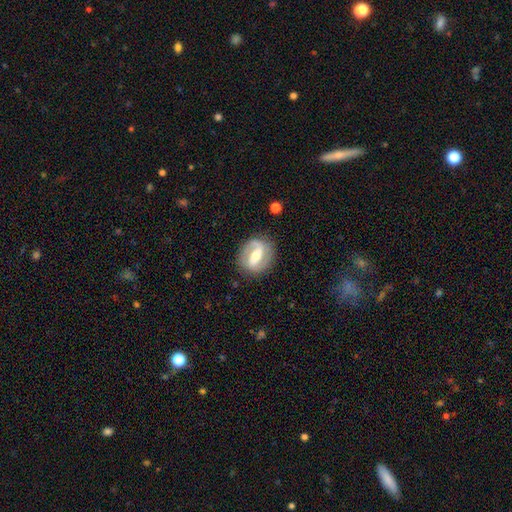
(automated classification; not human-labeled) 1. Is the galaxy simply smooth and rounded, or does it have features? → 80% featured or disk, 15% smooth, 5% star or artifact.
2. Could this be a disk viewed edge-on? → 95% no, 5% yes.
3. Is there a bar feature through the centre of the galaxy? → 56% strong, 32% weak, 12% no.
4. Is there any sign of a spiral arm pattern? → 85% yes, 15% no.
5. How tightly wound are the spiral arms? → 46% medium, 29% tight, 25% loose.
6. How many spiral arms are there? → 85% 2, 7% 1, 6% can't tell, 1% 3, 1% 4, 1% more than 4.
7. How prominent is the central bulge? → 65% moderate, 25% small, 7% large, 1% none, 1% dominant.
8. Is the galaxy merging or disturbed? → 83% none, 11% minor disturbance, 4% major disturbance, 1% merger.